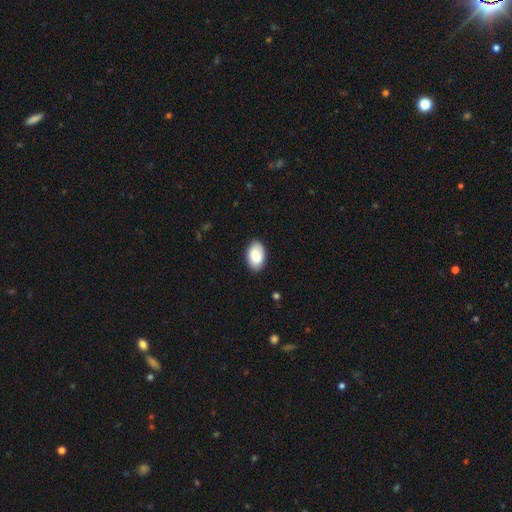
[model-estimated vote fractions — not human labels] A smooth galaxy with no disk features (85%) that is in between round and cigar-shaped (92%).

Vote fractions:
- Smooth or featured? smooth: 85% / featured or disk: 9% / star or artifact: 6%
- How rounded? in between: 92% / round: 6% / cigar-shaped: 1%
- Merging? none: 84% / minor disturbance: 13% / major disturbance: 2% / merger: 1%